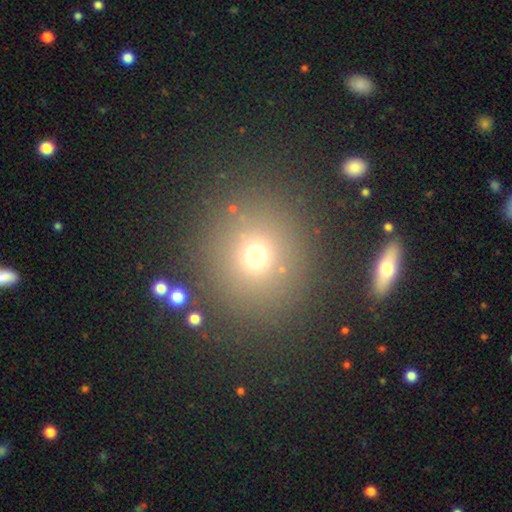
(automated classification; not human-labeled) smooth-or-featured: smooth: 68% | star or artifact: 22% | featured or disk: 10%
  how-rounded: round: 87% | in between: 12% | cigar-shaped: 1%
  merging: none: 84% | minor disturbance: 8% | major disturbance: 5% | merger: 4%